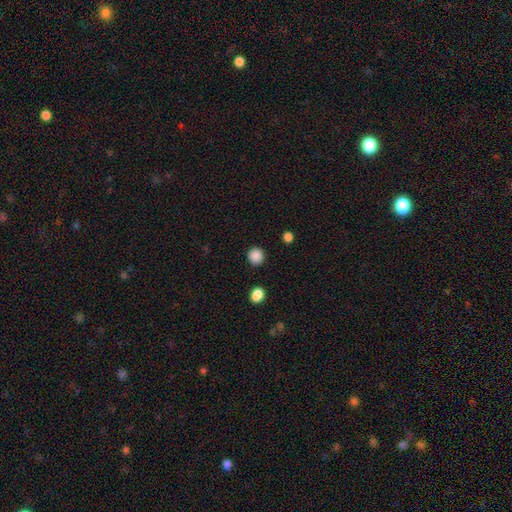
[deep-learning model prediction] Smooth or featured? Predicted: smooth (p=0.87). How rounded? Predicted: round (p=0.93). Merging? Predicted: none (p=0.90).